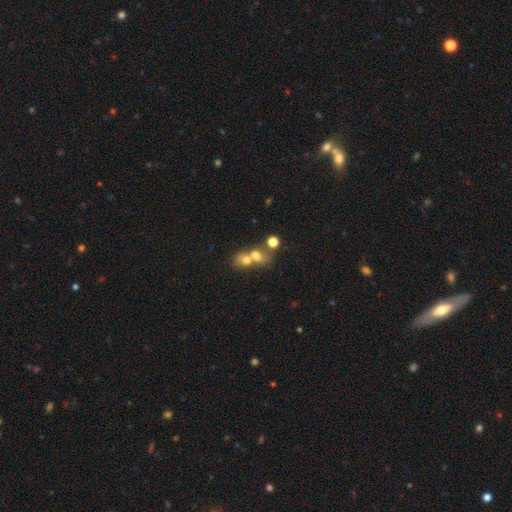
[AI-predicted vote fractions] This appears to be a smooth galaxy with no disk features (65%) that is in between round and cigar-shaped (51%). Merging: merger (66%).